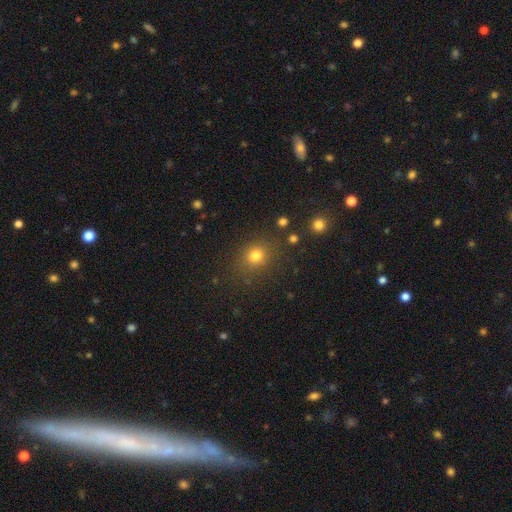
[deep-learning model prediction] Q: Smooth or featured?
A: smooth (77%); runner-up: star or artifact (16%)
Q: How rounded?
A: round (72%); runner-up: in between (27%)
Q: Merging?
A: none (82%); runner-up: minor disturbance (11%)